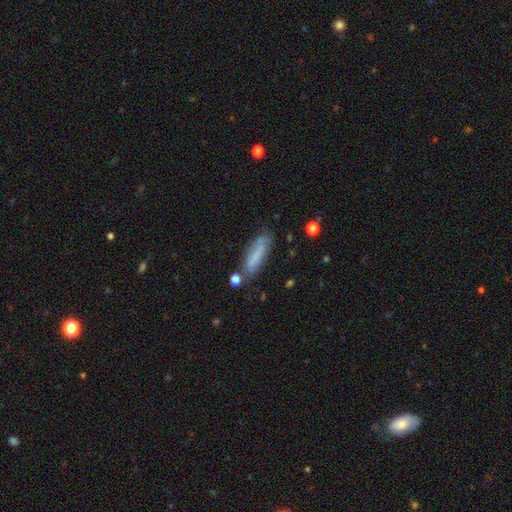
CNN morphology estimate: Smooth or featured? smooth (67%)
How rounded? cigar-shaped (65%)
Merging? none (65%)